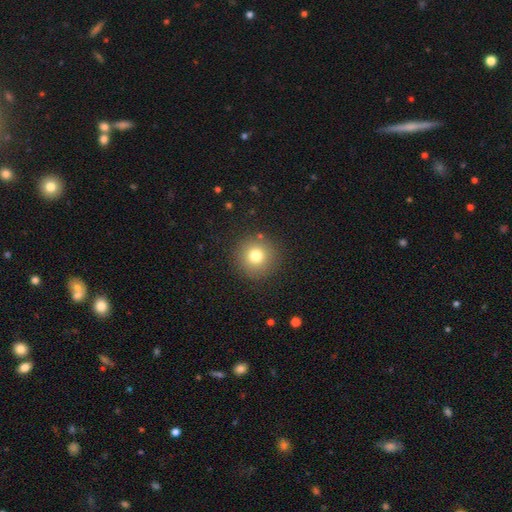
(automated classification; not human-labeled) Smooth or featured: smooth — 77% (star or artifact — 13%)
How rounded: round — 95% (in between — 5%)
Merging: none — 89% (minor disturbance — 7%)